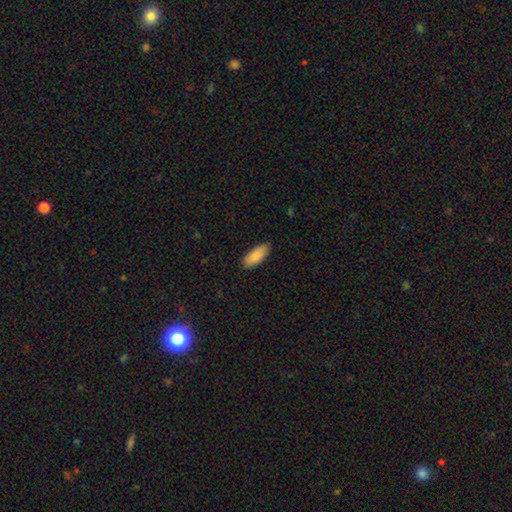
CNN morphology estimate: This is clearly a smooth galaxy (88%). How rounded: clearly in between (81%). Merging: clearly none (88%).